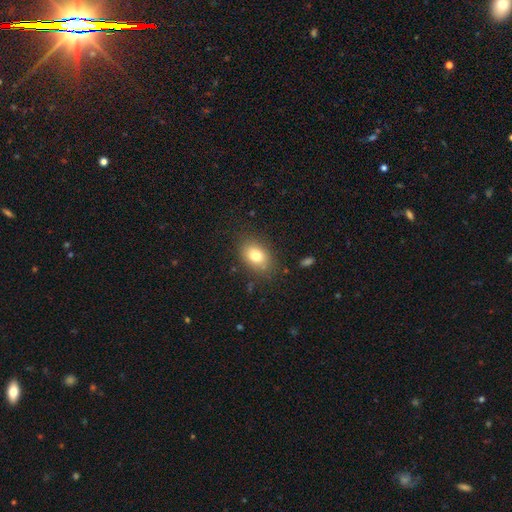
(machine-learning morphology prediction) Smooth or featured? smooth (78%)
How rounded? in between (73%)
Merging? none (82%)